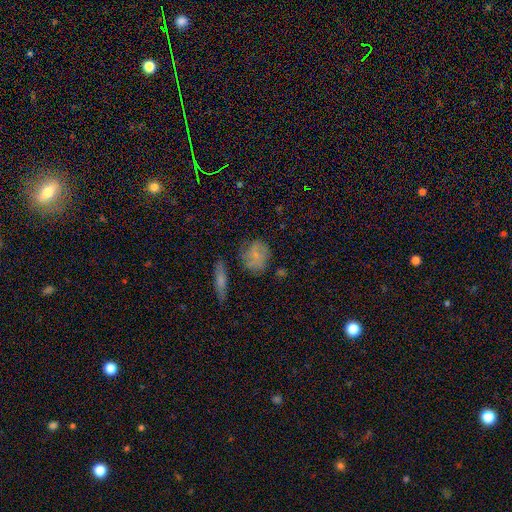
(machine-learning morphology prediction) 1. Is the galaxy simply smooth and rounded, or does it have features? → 63% smooth, 26% featured or disk, 10% star or artifact.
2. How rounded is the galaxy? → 65% round, 32% in between, 3% cigar-shaped.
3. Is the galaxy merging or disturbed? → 66% none, 20% minor disturbance, 7% major disturbance, 6% merger.